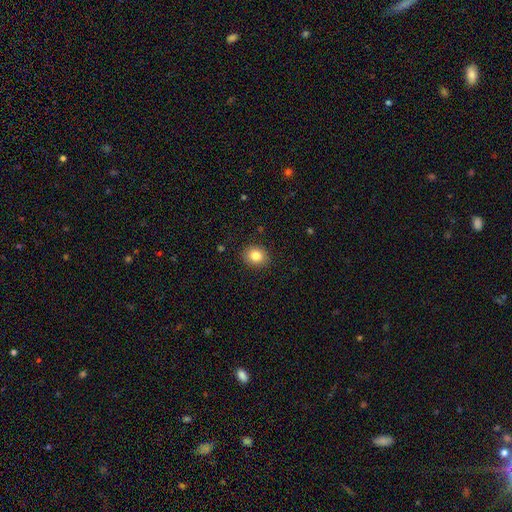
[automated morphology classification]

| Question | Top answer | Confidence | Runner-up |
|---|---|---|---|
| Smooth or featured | smooth | 84% | star or artifact (10%) |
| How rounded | round | 65% | in between (34%) |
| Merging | none | 89% | minor disturbance (8%) |